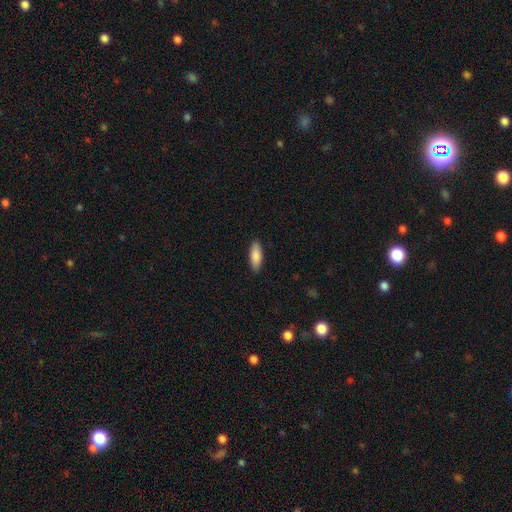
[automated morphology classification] The model was most divided on "how rounded": in between: 64%, cigar-shaped: 35%, round: 2%. More confident: merging — none (89%); smooth or featured — smooth (86%).